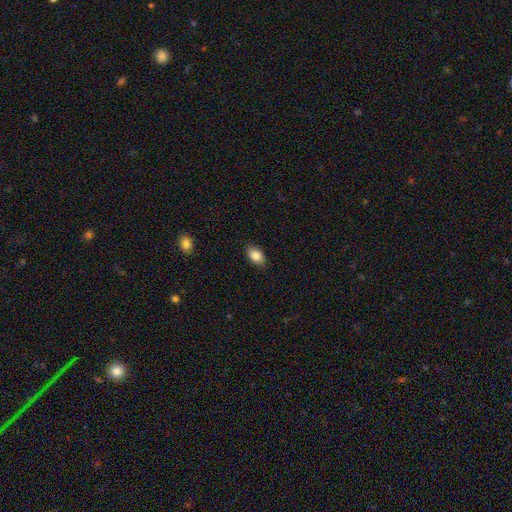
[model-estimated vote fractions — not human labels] The model was most divided on "smooth or featured": smooth: 85%, star or artifact: 8%, featured or disk: 7%. More confident: how rounded — in between (89%); merging — none (88%).